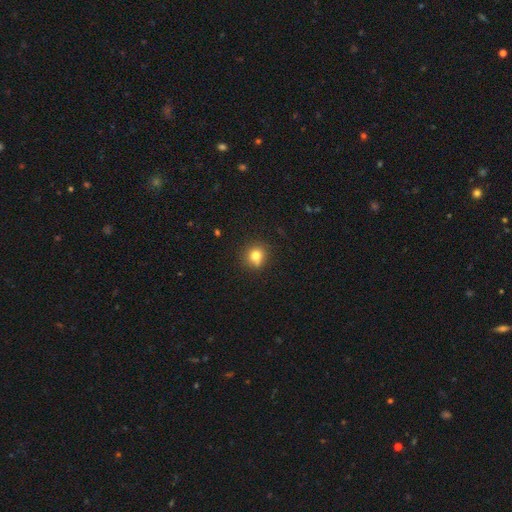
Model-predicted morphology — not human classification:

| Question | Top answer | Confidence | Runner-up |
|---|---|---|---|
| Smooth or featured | smooth | 76% | star or artifact (13%) |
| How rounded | round | 84% | in between (15%) |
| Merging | none | 73% | minor disturbance (16%) |